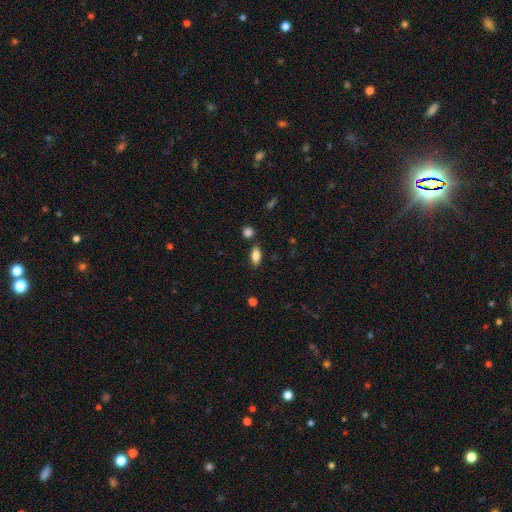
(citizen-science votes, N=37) Smooth or featured?
  - smooth: 84% *
  - featured or disk: 11%
  - star or artifact: 5%
How rounded?
  - in between: 77% *
  - cigar-shaped: 16%
  - round: 6%
Merging?
  - none: 77% *
  - minor disturbance: 23%
  - major disturbance: 0%
  - merger: 0%